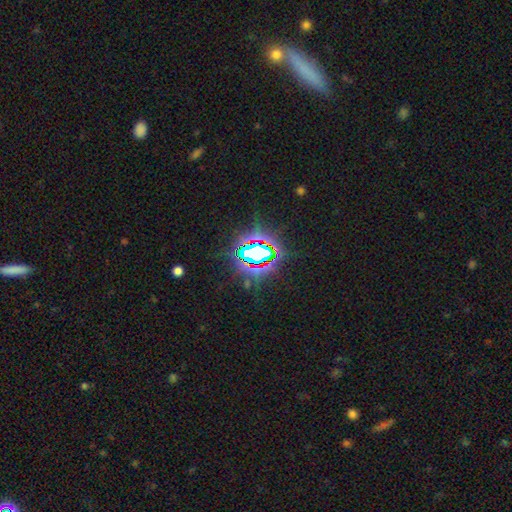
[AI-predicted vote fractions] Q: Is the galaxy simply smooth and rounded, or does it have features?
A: star or artifact — 78%.